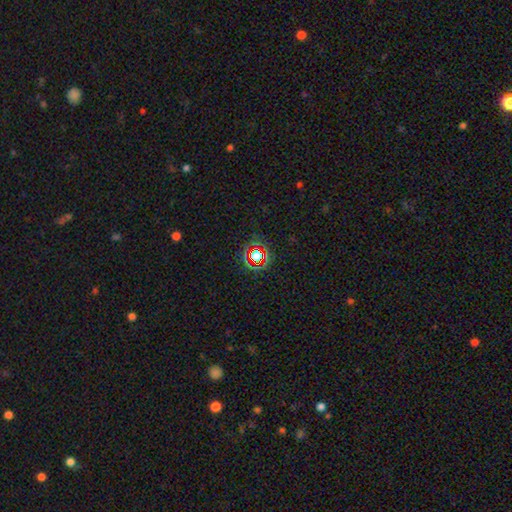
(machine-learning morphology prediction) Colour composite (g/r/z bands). It shows a star or artifact, not a galaxy (69%).